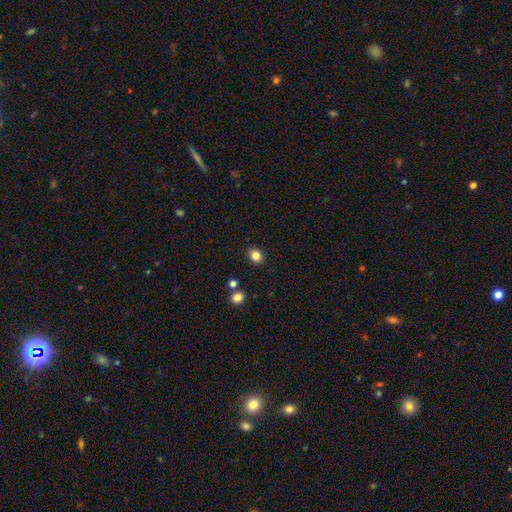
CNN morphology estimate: Q: Smooth or featured?
A: smooth (84%); runner-up: star or artifact (11%)
Q: How rounded?
A: round (59%); runner-up: in between (40%)
Q: Merging?
A: none (87%); runner-up: minor disturbance (8%)